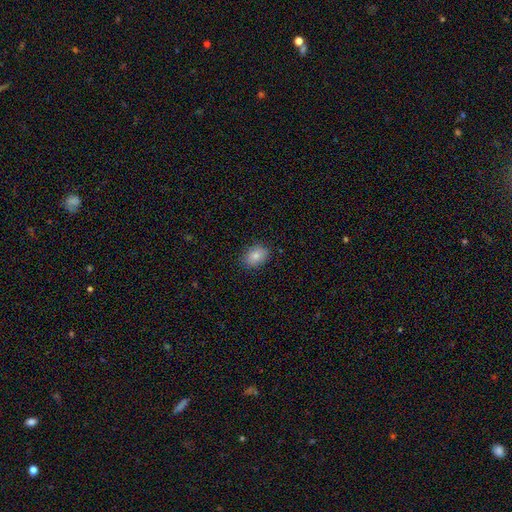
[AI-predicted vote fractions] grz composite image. It shows a smooth galaxy with no disk features (84%) that is in between round and cigar-shaped (75%). Merging: none (87%).